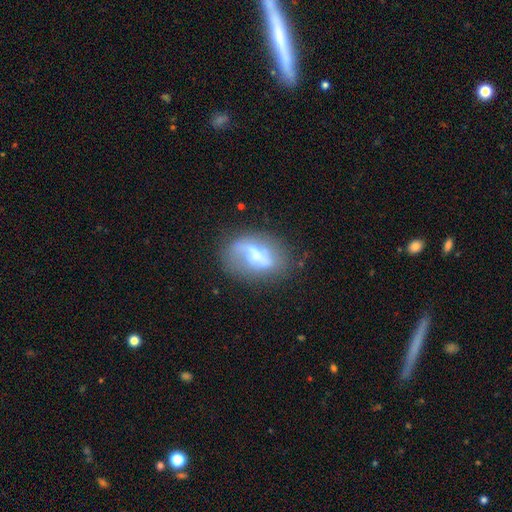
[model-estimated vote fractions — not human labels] This is possibly a featured or disk galaxy (57%). It is clearly not viewed edge-on (92%). Bar: marginally no (35%, tied with weak). Spiral arm pattern: possibly yes (59%). Central bulge: marginally small (44%). Merging: possibly none (57%).